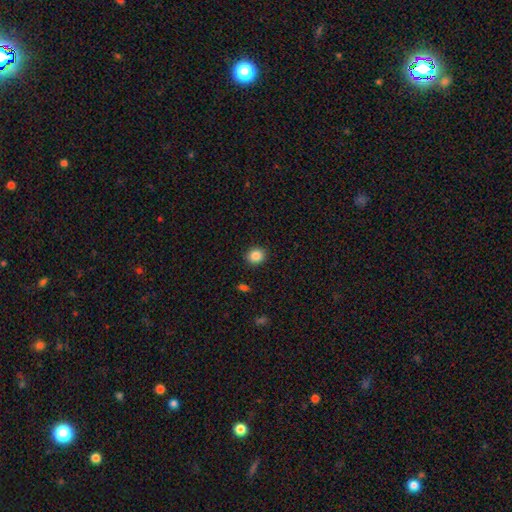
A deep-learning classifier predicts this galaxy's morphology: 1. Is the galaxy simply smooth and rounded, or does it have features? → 86% smooth, 10% star or artifact, 4% featured or disk.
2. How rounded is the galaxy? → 77% round, 22% in between, 1% cigar-shaped.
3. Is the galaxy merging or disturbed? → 91% none, 6% minor disturbance, 2% major disturbance, 1% merger.